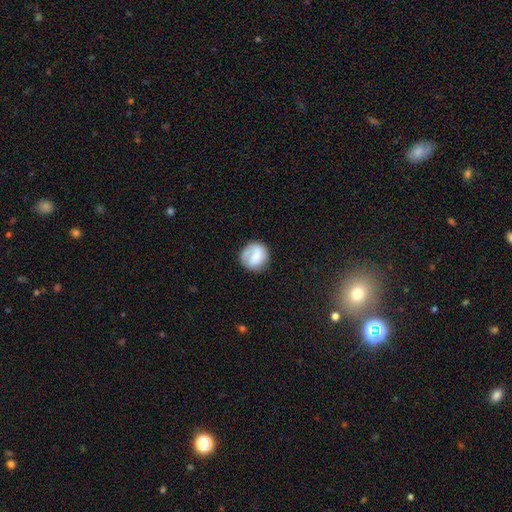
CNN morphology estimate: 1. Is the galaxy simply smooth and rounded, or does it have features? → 61% smooth, 32% featured or disk, 7% star or artifact.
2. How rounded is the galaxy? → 83% round, 16% in between, 1% cigar-shaped.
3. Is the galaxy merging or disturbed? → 72% none, 17% minor disturbance, 9% major disturbance, 2% merger.